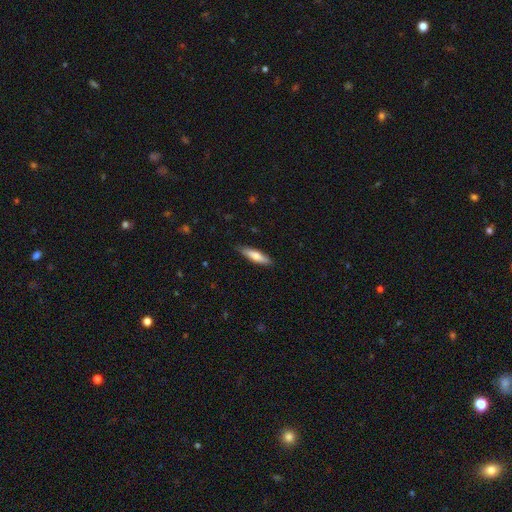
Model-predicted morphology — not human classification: Smooth or featured?
  - smooth: 71% *
  - featured or disk: 23%
  - star or artifact: 6%
How rounded?
  - cigar-shaped: 72% *
  - in between: 27%
  - round: 2%
Merging?
  - none: 86% *
  - minor disturbance: 11%
  - major disturbance: 2%
  - merger: 1%